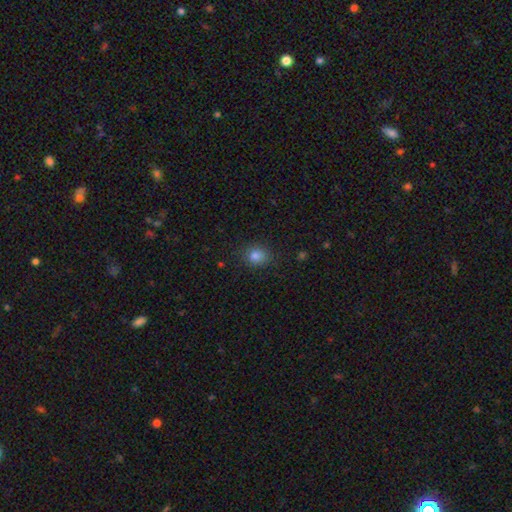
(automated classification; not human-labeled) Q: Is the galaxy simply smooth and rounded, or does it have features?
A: smooth — 82%.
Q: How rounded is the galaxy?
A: round — 73%.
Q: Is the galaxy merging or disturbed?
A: none — 86%.